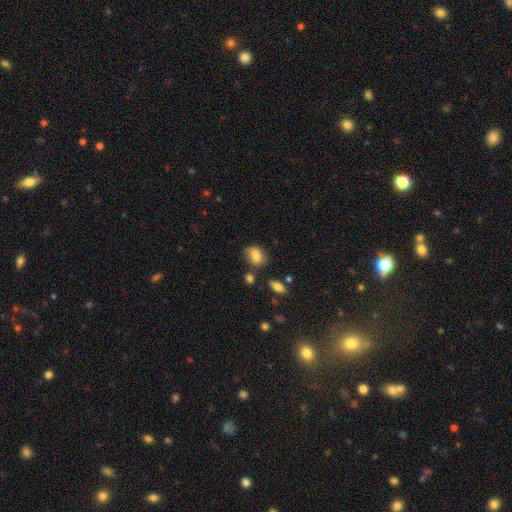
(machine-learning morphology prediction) A smooth galaxy with no disk features (79%) that is in between round and cigar-shaped (70%). Merging: none (63%).